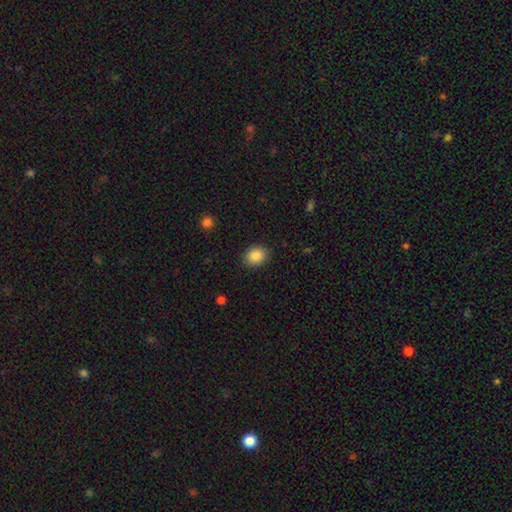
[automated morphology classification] smooth-or-featured: smooth: 87% | star or artifact: 8% | featured or disk: 4%
  how-rounded: in between: 51% | round: 48% | cigar-shaped: 1%
  merging: none: 88% | minor disturbance: 8% | major disturbance: 2% | merger: 1%